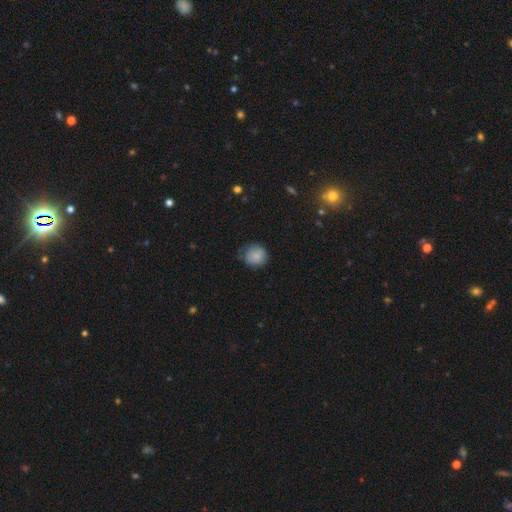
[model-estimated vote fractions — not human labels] Morphology: type=smooth (81%); roundness=round (86%); merging=none (58%).